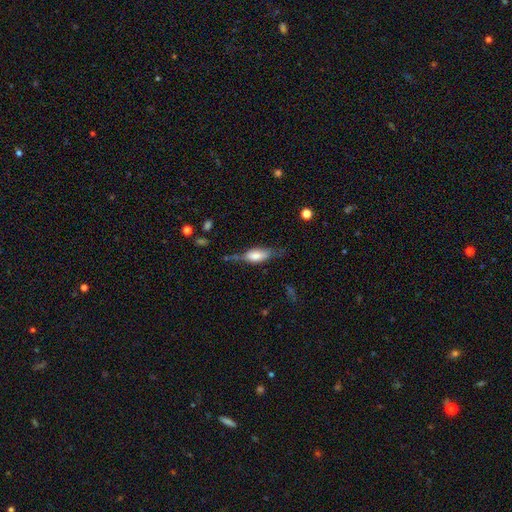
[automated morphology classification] This is possibly a smooth galaxy (50%). How rounded: likely in between (66%). Merging: possibly none (55%).